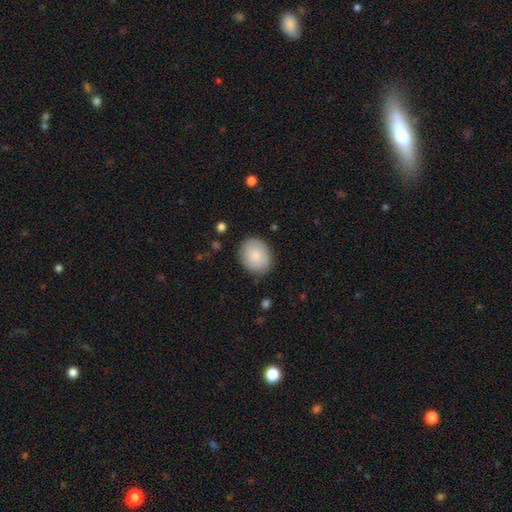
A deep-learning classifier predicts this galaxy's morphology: Smooth or featured? smooth (82%)
How rounded? round (50%)
Merging? none (84%)